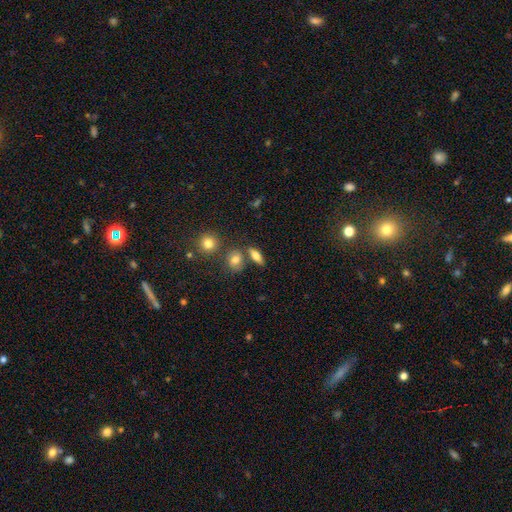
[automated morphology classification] This appears to be a smooth galaxy with no disk features (70%) that is in between round and cigar-shaped (67%). Merging: none (69%).